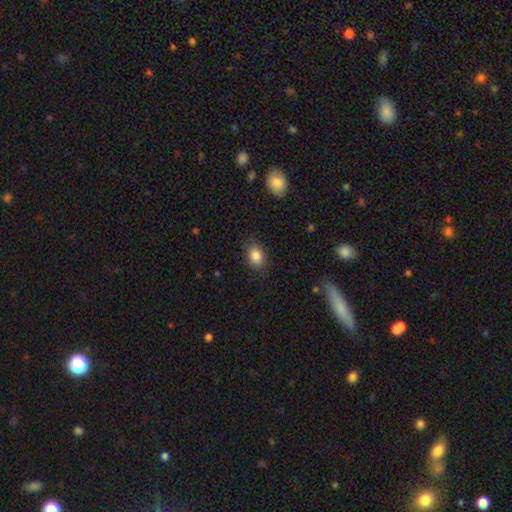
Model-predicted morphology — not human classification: smooth-or-featured: smooth: 86% | star or artifact: 9% | featured or disk: 6%
  how-rounded: in between: 65% | round: 33% | cigar-shaped: 1%
  merging: none: 81% | minor disturbance: 14% | major disturbance: 4% | merger: 1%